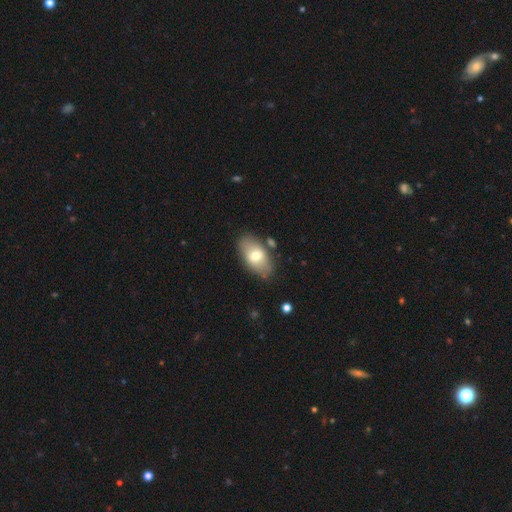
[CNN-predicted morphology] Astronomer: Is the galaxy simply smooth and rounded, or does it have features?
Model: smooth — 67%.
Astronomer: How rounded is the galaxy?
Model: in between — 93%.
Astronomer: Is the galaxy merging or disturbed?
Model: none — 75%.